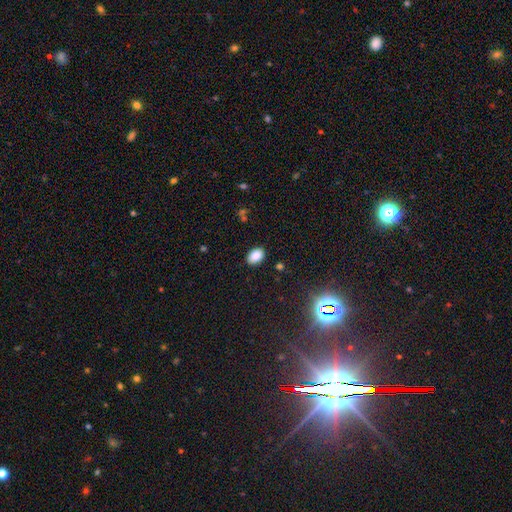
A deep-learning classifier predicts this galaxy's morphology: Smooth or featured: smooth — 87% (star or artifact — 9%)
How rounded: in between — 85% (round — 13%)
Merging: none — 87% (minor disturbance — 9%)